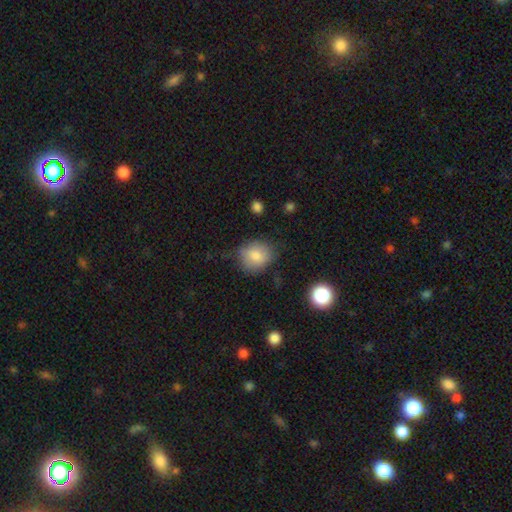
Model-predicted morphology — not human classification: Smooth or featured?
  - smooth: 80% *
  - featured or disk: 11%
  - star or artifact: 9%
How rounded?
  - round: 70% *
  - in between: 29%
  - cigar-shaped: 1%
Merging?
  - none: 69% *
  - minor disturbance: 22%
  - major disturbance: 6%
  - merger: 2%